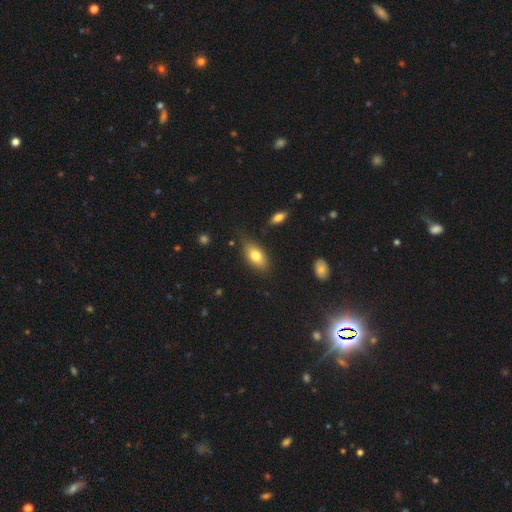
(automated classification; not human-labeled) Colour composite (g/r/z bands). It shows a smooth galaxy with no disk features (78%) that is in between round and cigar-shaped (89%). Merging: none (76%).